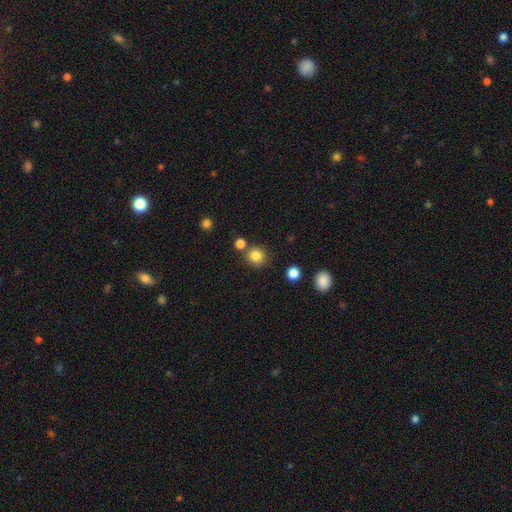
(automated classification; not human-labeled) smooth-or-featured: smooth: 83% | star or artifact: 12% | featured or disk: 5%
  how-rounded: round: 90% | in between: 9% | cigar-shaped: 1%
  merging: none: 78% | merger: 11% | minor disturbance: 9% | major disturbance: 3%